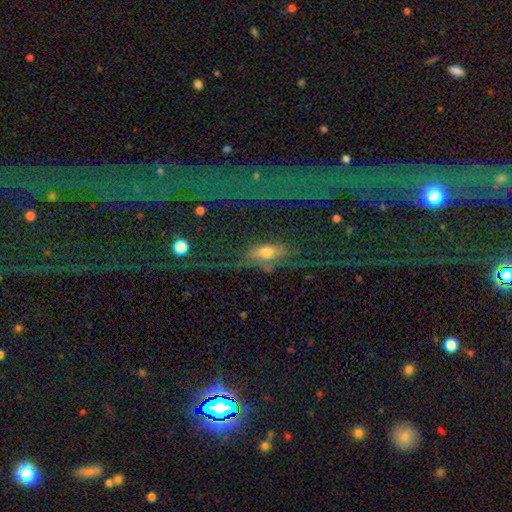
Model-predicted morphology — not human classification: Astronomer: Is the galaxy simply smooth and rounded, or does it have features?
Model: featured or disk — 40% (runner-up: star or artifact, 33%).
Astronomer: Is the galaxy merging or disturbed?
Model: none — 49% (runner-up: major disturbance, 24%).